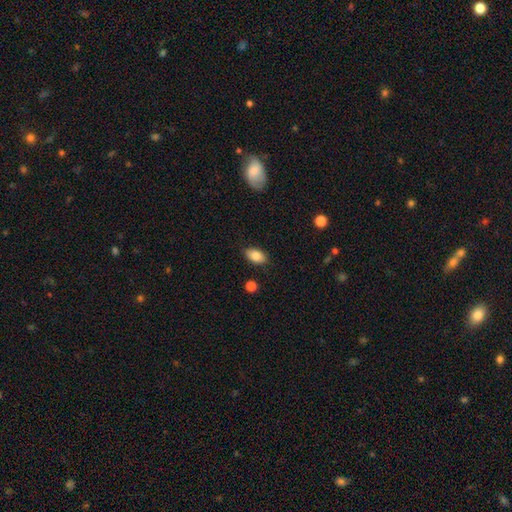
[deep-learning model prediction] Smooth or featured? smooth (83%)
How rounded? in between (91%)
Merging? none (86%)